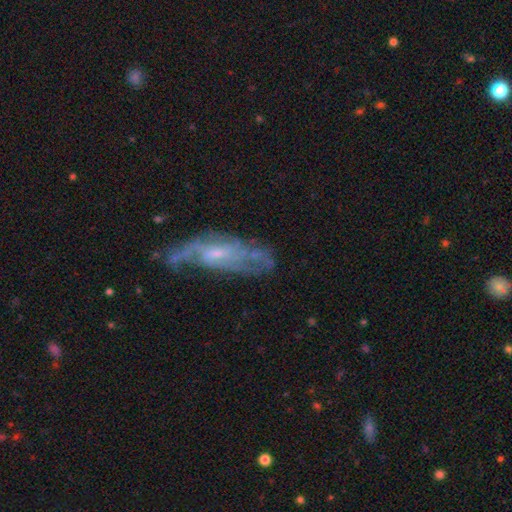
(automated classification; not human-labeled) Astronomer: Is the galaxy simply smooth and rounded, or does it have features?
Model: featured or disk — 74%.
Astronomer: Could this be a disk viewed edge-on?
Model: no — 85%.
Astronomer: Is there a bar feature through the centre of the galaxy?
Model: no — 52% (runner-up: weak, 39%).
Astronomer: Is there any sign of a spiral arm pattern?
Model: yes — 78%.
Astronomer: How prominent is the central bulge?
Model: small — 65%.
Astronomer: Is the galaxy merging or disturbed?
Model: none — 48% (runner-up: minor disturbance, 25%).